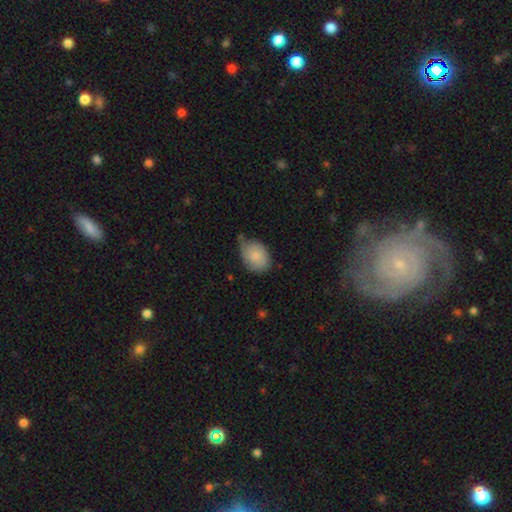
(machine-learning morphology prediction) This appears to be a smooth galaxy with no disk features (83%) that is in between round and cigar-shaped (73%). Merging: none (47%).